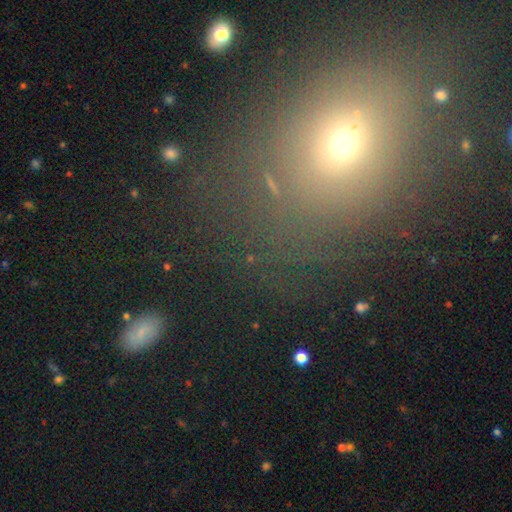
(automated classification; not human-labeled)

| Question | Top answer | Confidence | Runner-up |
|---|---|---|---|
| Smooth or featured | smooth | 47% | star or artifact (37%) |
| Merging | none | 76% | minor disturbance (12%) |